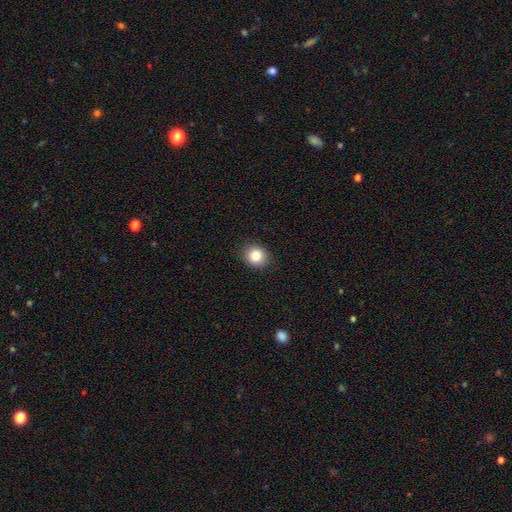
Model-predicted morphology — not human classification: Overall: smooth (83%). How rounded: round (79%). Merging: none (91%).